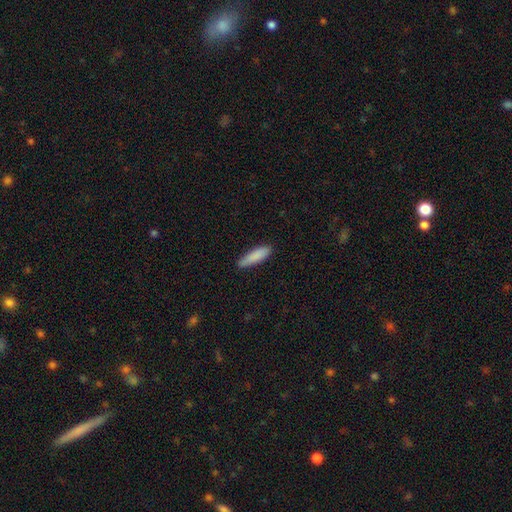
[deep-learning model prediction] Smooth or featured? Predicted: smooth (p=0.87). How rounded? Predicted: cigar-shaped (p=0.68). Merging? Predicted: none (p=0.84).